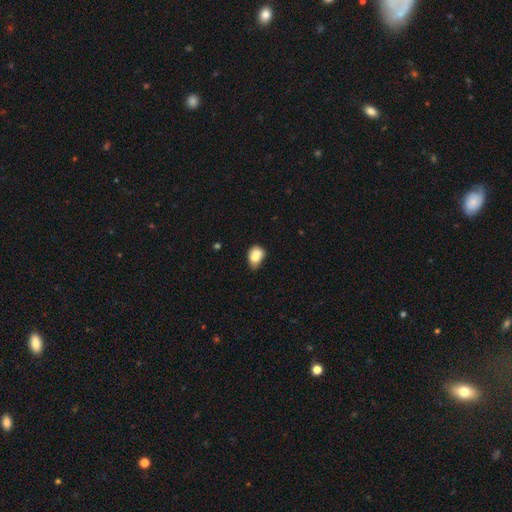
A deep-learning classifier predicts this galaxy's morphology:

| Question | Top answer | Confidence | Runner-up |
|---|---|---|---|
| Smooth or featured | smooth | 72% | featured or disk (20%) |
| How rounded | in between | 64% | round (34%) |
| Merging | merger | 50% | none (28%) |